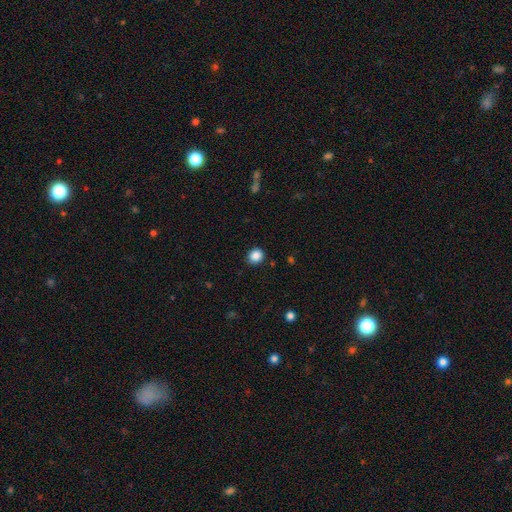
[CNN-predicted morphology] The model was most divided on "how rounded": round: 77%, in between: 22%, cigar-shaped: 1%. More confident: smooth or featured — smooth (87%); merging — none (87%).